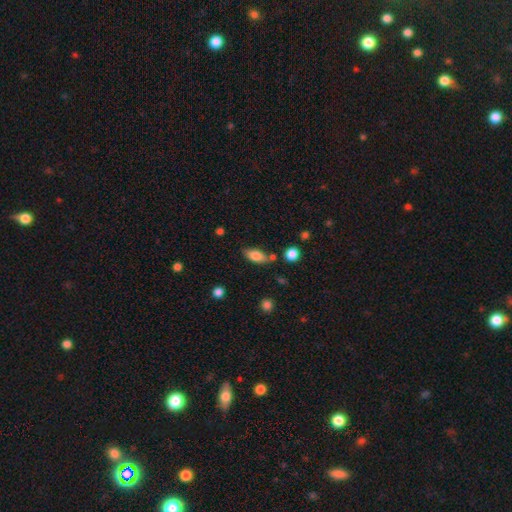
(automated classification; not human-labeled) Overall: smooth (77%). How rounded: in between (85%). Merging: none (72%).